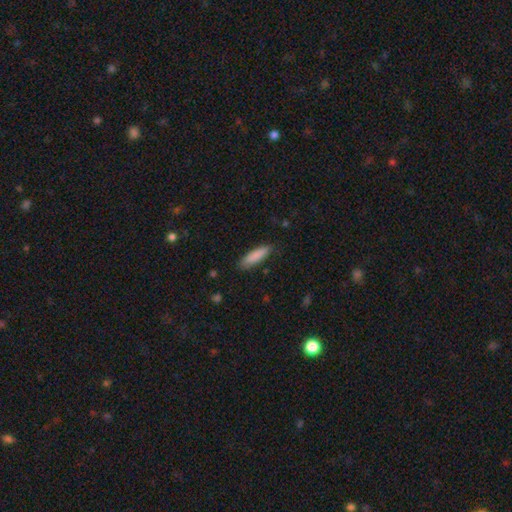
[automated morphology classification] smooth_or_featured: smooth (p=0.87) [alt: featured or disk p=0.07]
how_rounded: cigar-shaped (p=0.65) [alt: in between p=0.34]
merging: none (p=0.85) [alt: minor disturbance p=0.12]